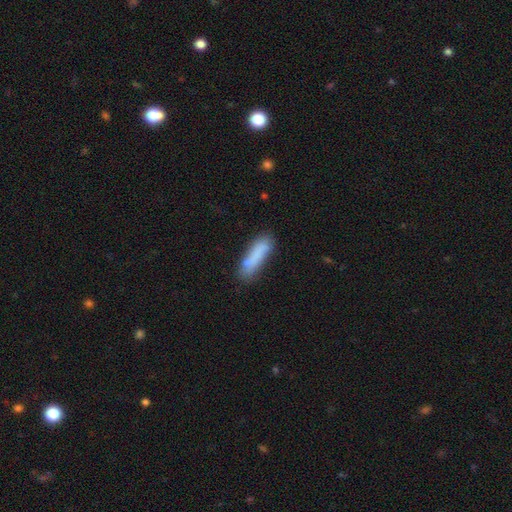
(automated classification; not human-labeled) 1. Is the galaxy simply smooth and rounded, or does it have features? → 77% smooth, 16% featured or disk, 8% star or artifact.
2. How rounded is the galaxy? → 66% cigar-shaped, 32% in between, 2% round.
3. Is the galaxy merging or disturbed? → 64% none, 22% minor disturbance, 7% merger, 7% major disturbance.